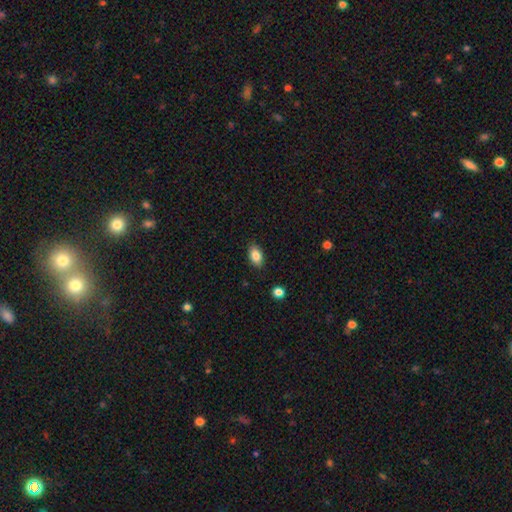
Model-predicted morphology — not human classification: type=smooth (84%); roundness=in between (89%); merging=none (86%).